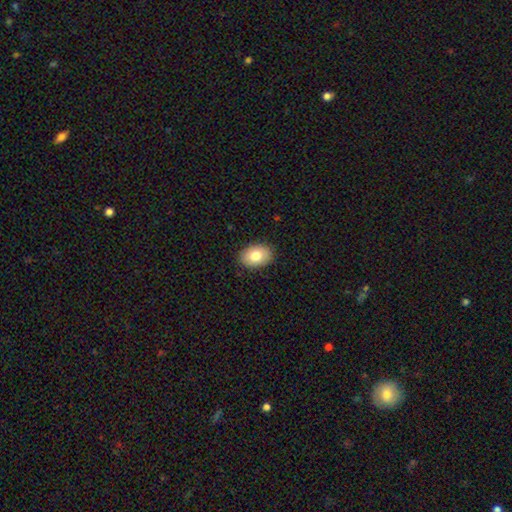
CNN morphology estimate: smooth 81%, featured or disk 12%, star or artifact 7%. Down the decision tree: how rounded — in between (82%); merging — none (88%).